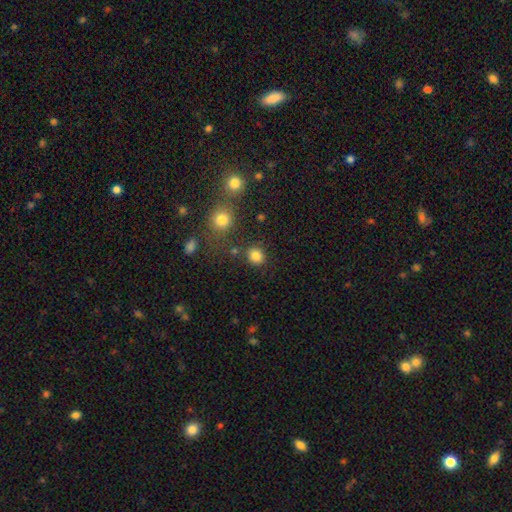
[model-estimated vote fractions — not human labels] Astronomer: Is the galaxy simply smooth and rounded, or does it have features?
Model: smooth — 83%.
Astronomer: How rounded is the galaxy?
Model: round — 83%.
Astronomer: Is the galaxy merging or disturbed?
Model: none — 81%.